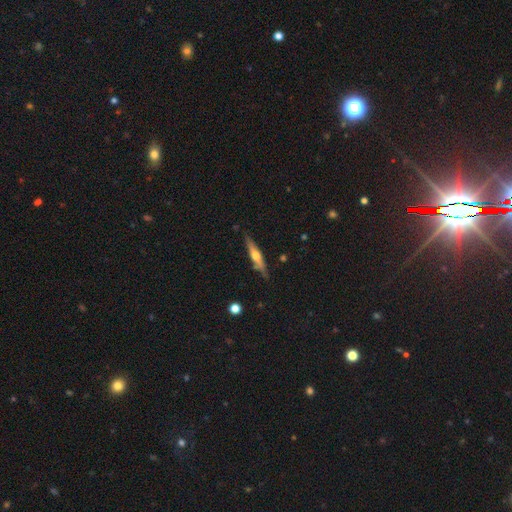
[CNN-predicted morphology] smooth_or_featured: featured or disk (p=0.61) [alt: smooth p=0.33]
disk_edge_on: yes (p=0.94) [alt: no p=0.06]
edge_on_bulge: rounded (p=0.89) [alt: none p=0.06]
merging: none (p=0.78) [alt: minor disturbance p=0.16]